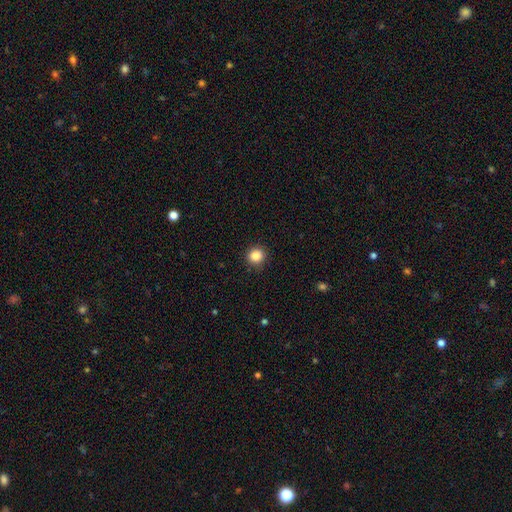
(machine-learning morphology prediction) Smooth or featured: smooth — 86% (star or artifact — 11%)
How rounded: round — 91% (in between — 8%)
Merging: none — 90% (minor disturbance — 7%)